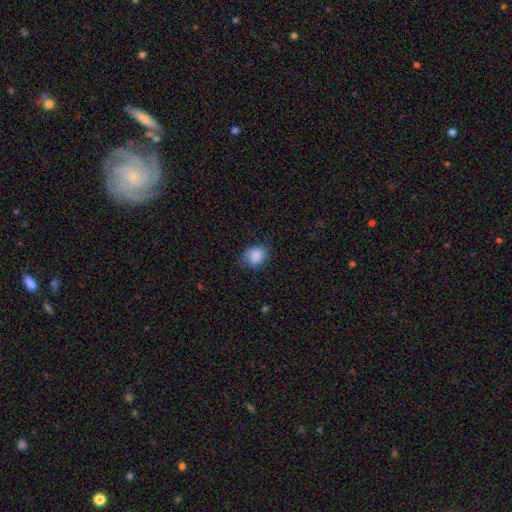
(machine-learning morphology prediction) Smooth or featured? smooth (81%)
How rounded? in between (61%)
Merging? none (56%)